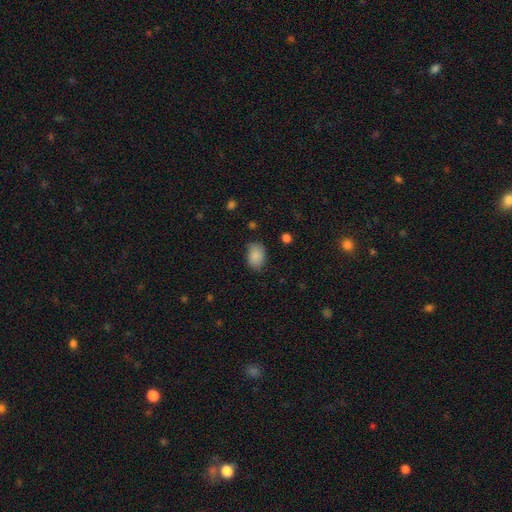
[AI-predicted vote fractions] Overall: smooth (87%). How rounded: in between (79%). Merging: none (76%).